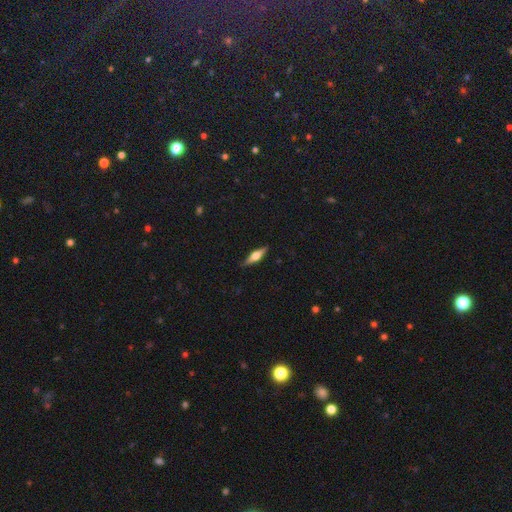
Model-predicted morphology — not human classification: The model was most divided on "smooth or featured": featured or disk: 59%, smooth: 35%, star or artifact: 6%. More confident: edge-on disk — yes (96%); edge-on bulge — rounded (90%); merging — none (87%).